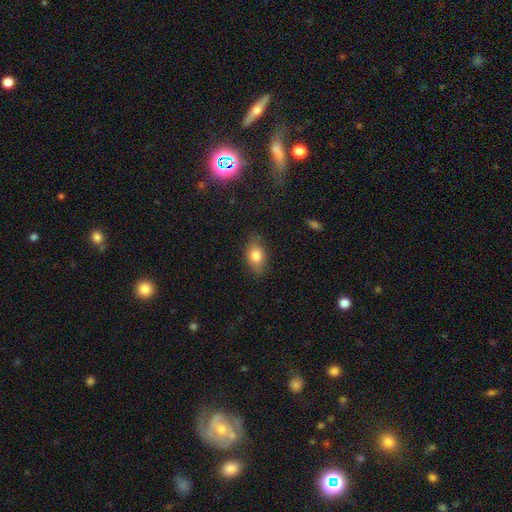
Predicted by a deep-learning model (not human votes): Overall: smooth (79%). How rounded: in between (80%). Merging: none (77%).